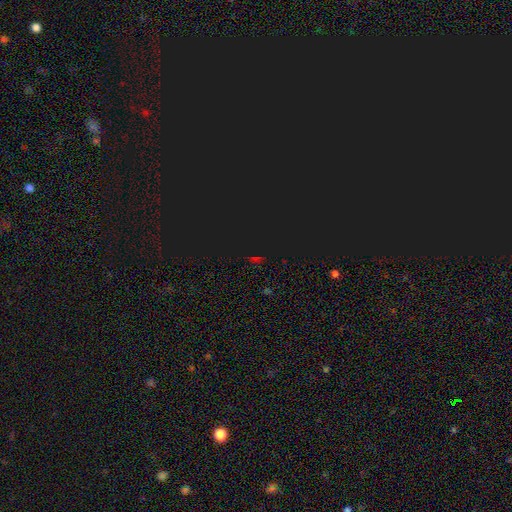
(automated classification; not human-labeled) Smooth or featured? Predicted: star or artifact (p=0.77).